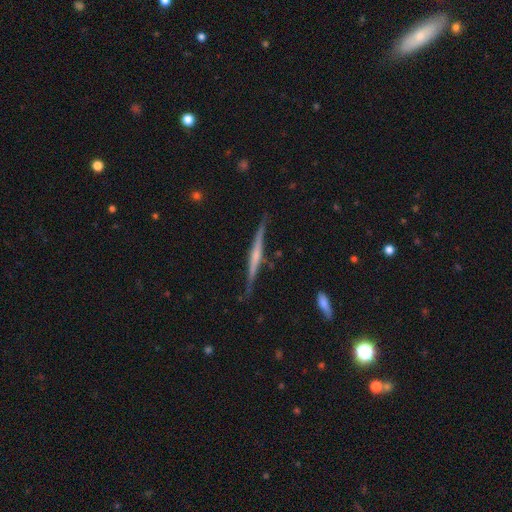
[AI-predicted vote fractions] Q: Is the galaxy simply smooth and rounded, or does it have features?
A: featured or disk — 73%.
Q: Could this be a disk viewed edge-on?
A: yes — 98%.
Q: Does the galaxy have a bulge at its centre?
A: rounded — 49%.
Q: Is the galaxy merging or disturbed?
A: none — 83%.